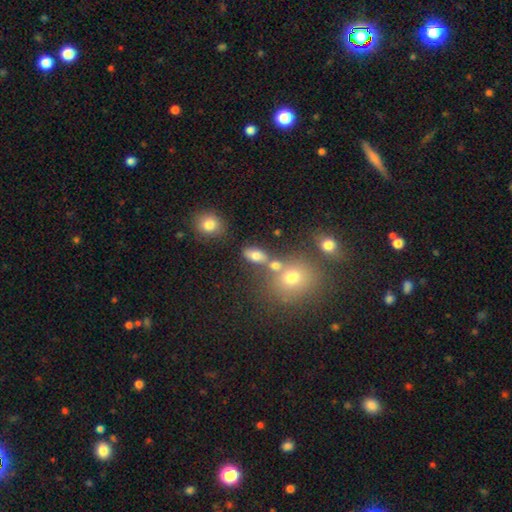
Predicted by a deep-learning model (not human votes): Smooth or featured?
  - smooth: 73% *
  - star or artifact: 14%
  - featured or disk: 13%
How rounded?
  - in between: 78% *
  - round: 17%
  - cigar-shaped: 5%
Merging?
  - none: 61% *
  - merger: 21%
  - minor disturbance: 13%
  - major disturbance: 6%